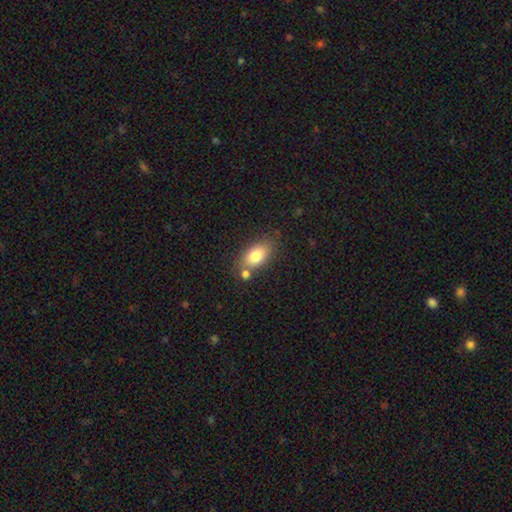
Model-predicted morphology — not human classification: Smooth or featured: smooth — 79% (featured or disk — 13%)
How rounded: in between — 87% (round — 9%)
Merging: none — 62% (merger — 19%)